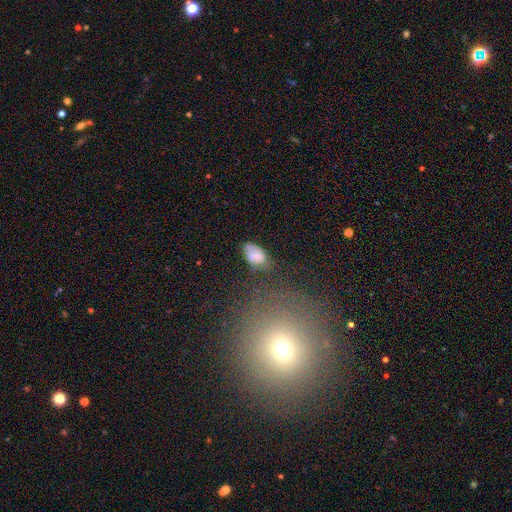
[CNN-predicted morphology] Smooth or featured: smooth — 66% (featured or disk — 24%)
How rounded: in between — 90% (round — 8%)
Merging: none — 48% (minor disturbance — 31%)